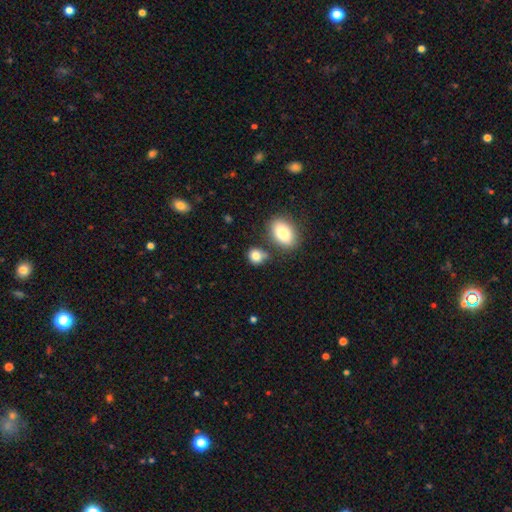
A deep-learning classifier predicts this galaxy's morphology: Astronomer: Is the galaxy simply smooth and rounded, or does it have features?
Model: smooth — 84%.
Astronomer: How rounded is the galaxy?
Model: round — 57% (runner-up: in between, 42%).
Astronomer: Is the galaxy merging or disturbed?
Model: none — 63%.